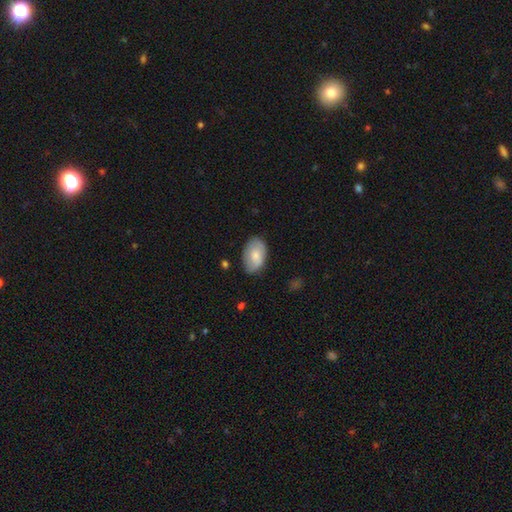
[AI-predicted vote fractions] smooth_or_featured: smooth (p=0.71) [alt: featured or disk p=0.23]
how_rounded: in between (p=0.92) [alt: round p=0.07]
merging: none (p=0.74) [alt: minor disturbance p=0.21]